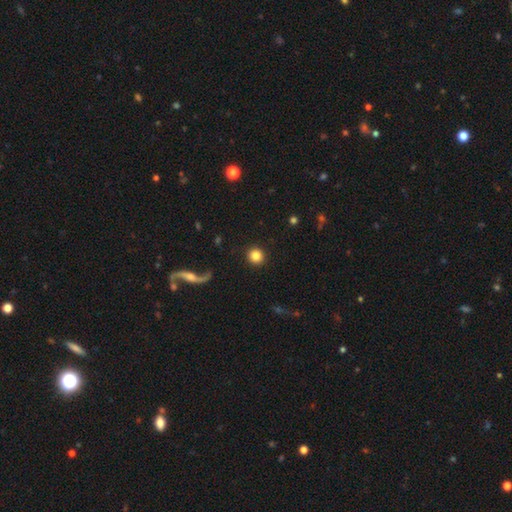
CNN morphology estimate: This appears to be a smooth galaxy with no disk features (84%) that is round (95%). Merging: none (92%).